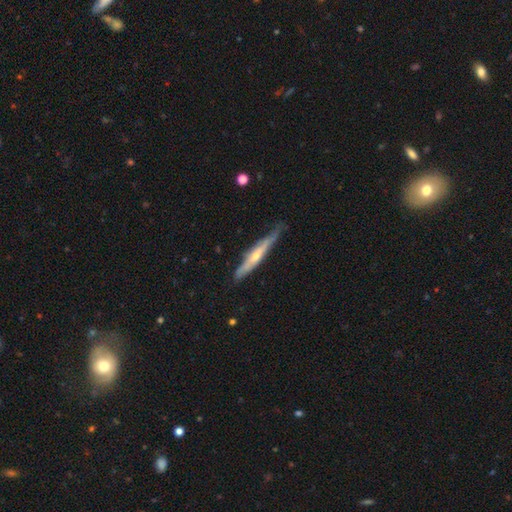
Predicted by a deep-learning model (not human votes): The model was most divided on "smooth or featured": featured or disk: 62%, smooth: 32%, star or artifact: 5%. More confident: edge-on disk — yes (90%); merging — none (73%); edge-on bulge — rounded (69%).